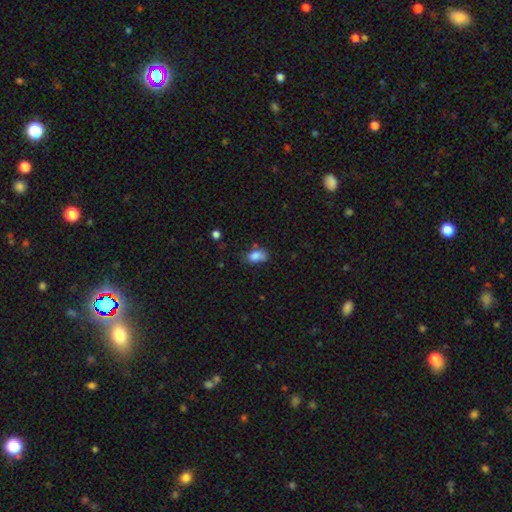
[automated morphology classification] This appears to be a smooth galaxy with no disk features (83%) that is in between round and cigar-shaped (86%). Merging: none (54%).